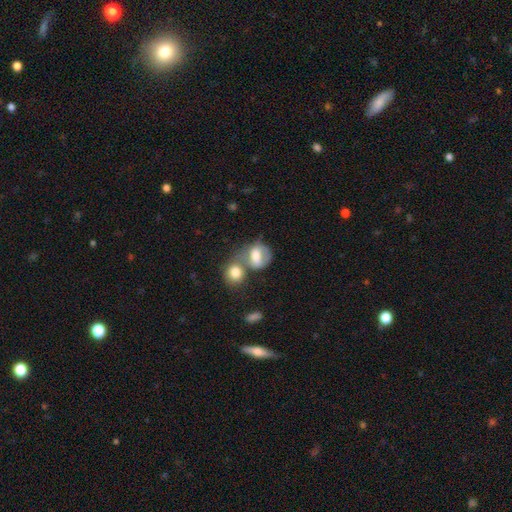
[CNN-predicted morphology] A smooth galaxy with no disk features (62%) that is in between round and cigar-shaped (54%).

Vote fractions:
- Smooth or featured? smooth: 62% / featured or disk: 30% / star or artifact: 8%
- How rounded? in between: 54% / round: 44% / cigar-shaped: 2%
- Merging? merger: 52% / none: 26% / minor disturbance: 13% / major disturbance: 9%